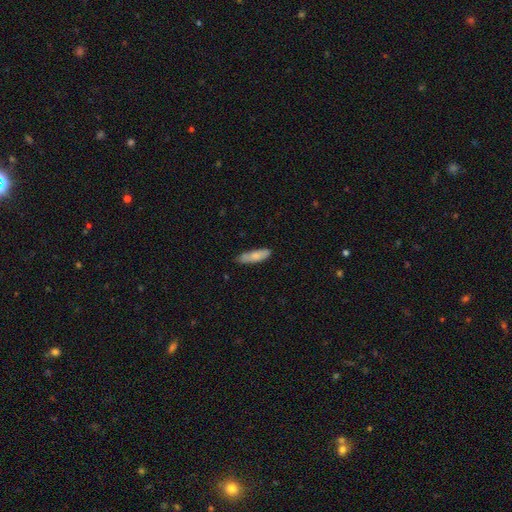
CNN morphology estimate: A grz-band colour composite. It shows a smooth galaxy with no disk features (78%) that is cigar-shaped (54%). Merging: none (71%).